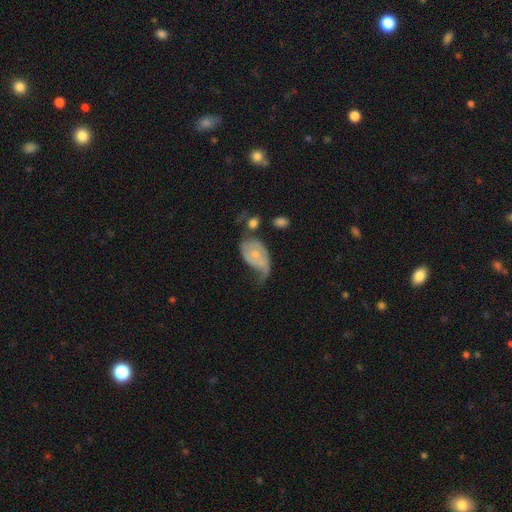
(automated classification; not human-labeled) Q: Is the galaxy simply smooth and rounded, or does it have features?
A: featured or disk — 64%.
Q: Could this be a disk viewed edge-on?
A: no — 96%.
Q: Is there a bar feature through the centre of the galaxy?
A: no — 75%.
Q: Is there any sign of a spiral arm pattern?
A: yes — 79%.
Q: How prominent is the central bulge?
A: small — 67%.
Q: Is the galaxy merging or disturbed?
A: major disturbance — 40%.